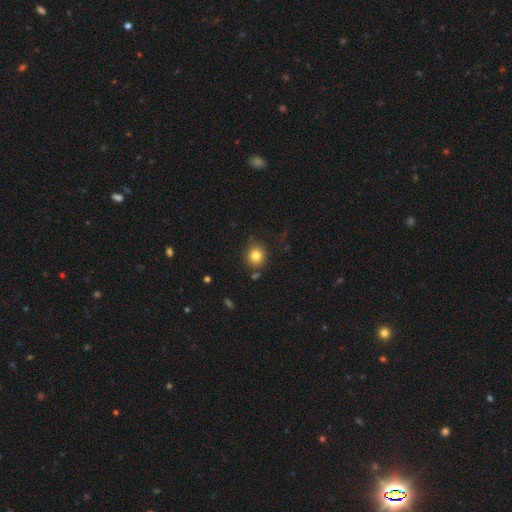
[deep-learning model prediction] Smooth or featured: smooth — 81% (star or artifact — 11%)
How rounded: round — 85% (in between — 14%)
Merging: none — 84% (minor disturbance — 10%)